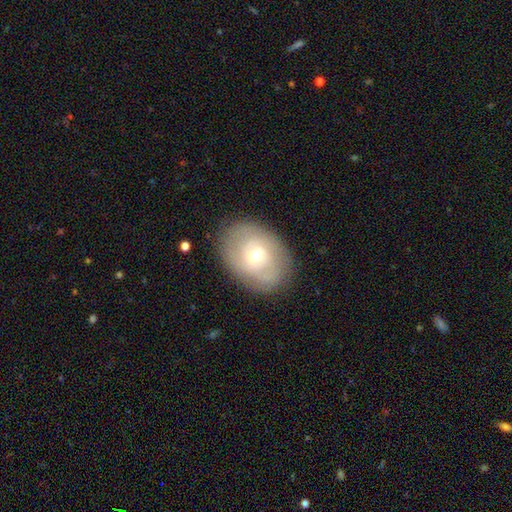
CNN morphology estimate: smooth_or_featured: featured or disk (p=0.49) [alt: smooth p=0.42]
merging: none (p=0.82) [alt: minor disturbance p=0.12]